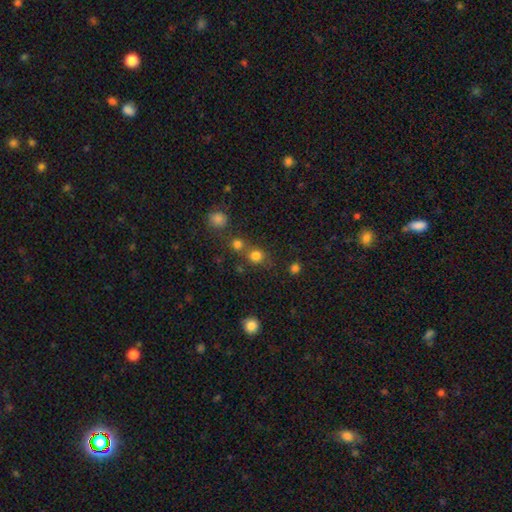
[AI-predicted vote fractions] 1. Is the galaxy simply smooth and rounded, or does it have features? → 78% smooth, 16% star or artifact, 6% featured or disk.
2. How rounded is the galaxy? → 85% round, 14% in between, 1% cigar-shaped.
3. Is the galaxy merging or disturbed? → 62% none, 24% merger, 9% minor disturbance, 4% major disturbance.